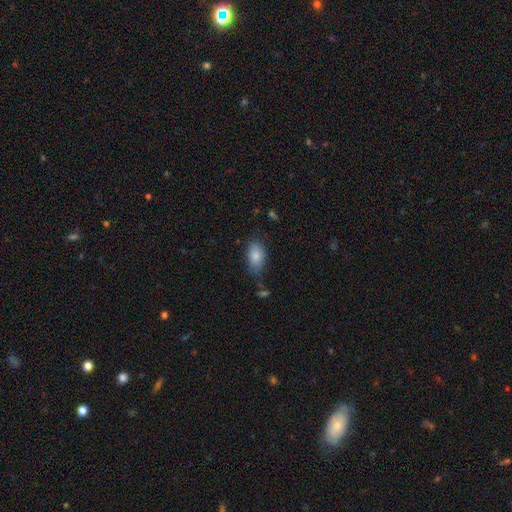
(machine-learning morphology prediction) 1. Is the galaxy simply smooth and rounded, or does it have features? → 85% smooth, 8% featured or disk, 7% star or artifact.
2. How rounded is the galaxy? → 91% in between, 6% round, 2% cigar-shaped.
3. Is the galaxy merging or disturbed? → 69% none, 23% minor disturbance, 5% major disturbance, 3% merger.